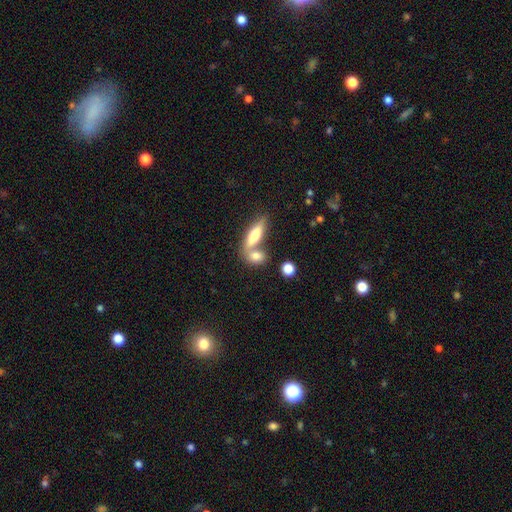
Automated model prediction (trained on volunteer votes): Q: Smooth or featured?
A: smooth (76%); runner-up: featured or disk (16%)
Q: How rounded?
A: in between (58%); runner-up: cigar-shaped (27%)
Q: Merging?
A: merger (45%); runner-up: none (42%)